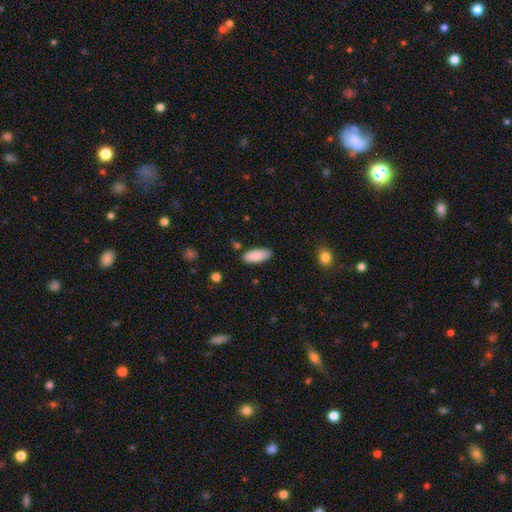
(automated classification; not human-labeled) smooth_or_featured: smooth (p=0.87) [alt: featured or disk p=0.07]
how_rounded: in between (p=0.81) [alt: cigar-shaped p=0.18]
merging: none (p=0.83) [alt: minor disturbance p=0.12]